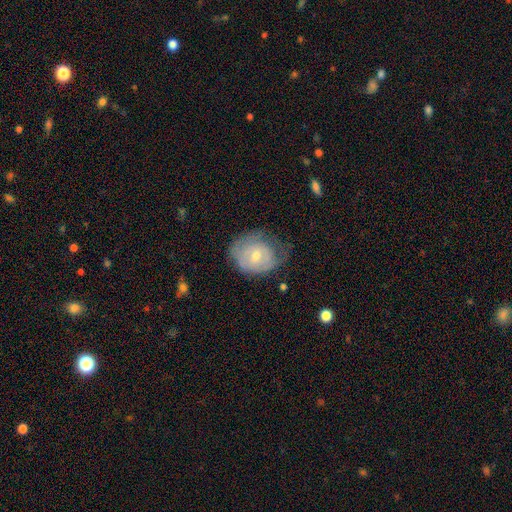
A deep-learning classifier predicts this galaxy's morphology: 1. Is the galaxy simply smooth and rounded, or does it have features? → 49% featured or disk, 44% smooth, 7% star or artifact.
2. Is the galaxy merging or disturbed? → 43% none, 35% minor disturbance, 21% major disturbance, 2% merger.